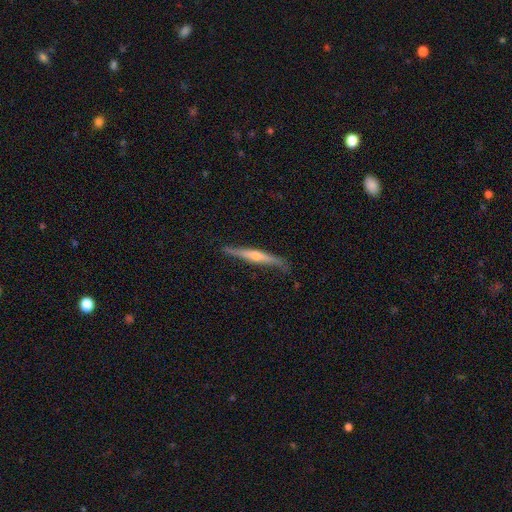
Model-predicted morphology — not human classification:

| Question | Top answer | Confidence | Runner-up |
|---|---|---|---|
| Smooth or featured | featured or disk | 74% | smooth (21%) |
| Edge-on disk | yes | 96% | no (4%) |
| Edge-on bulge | rounded | 85% | none (11%) |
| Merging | none | 82% | minor disturbance (14%) |